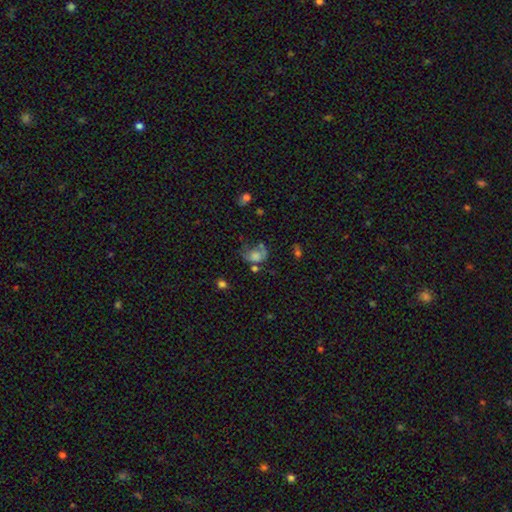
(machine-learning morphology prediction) A smooth galaxy with no disk features (60%) that is in between round and cigar-shaped (63%). Merging: major disturbance (30%).